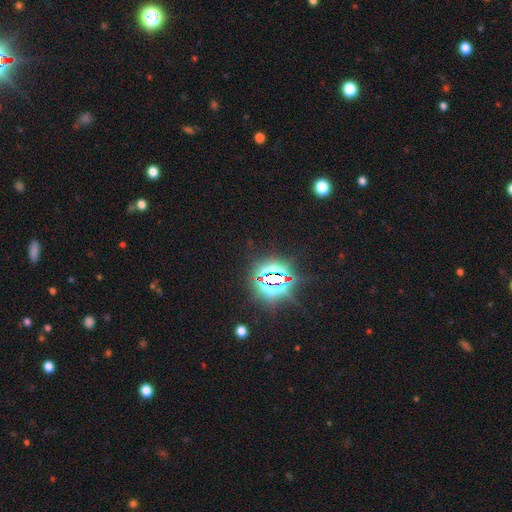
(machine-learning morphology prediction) A star or artifact, not a galaxy (83%).

Vote fractions:
- Smooth or featured? star or artifact: 83% / smooth: 10% / featured or disk: 7%